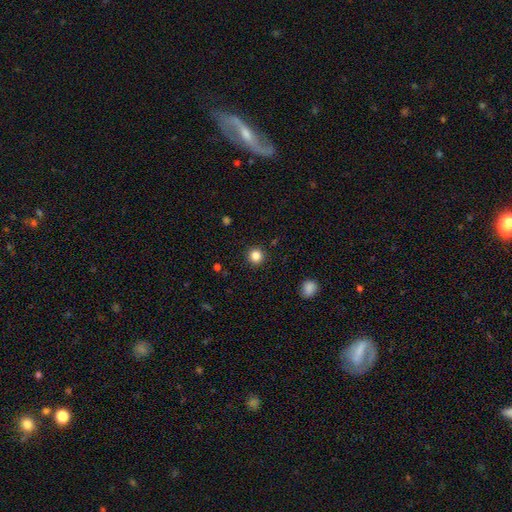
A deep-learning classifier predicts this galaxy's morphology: smooth-or-featured: smooth: 84% | star or artifact: 12% | featured or disk: 4%
  how-rounded: round: 94% | in between: 5% | cigar-shaped: 1%
  merging: none: 92% | minor disturbance: 5% | major disturbance: 2% | merger: 1%